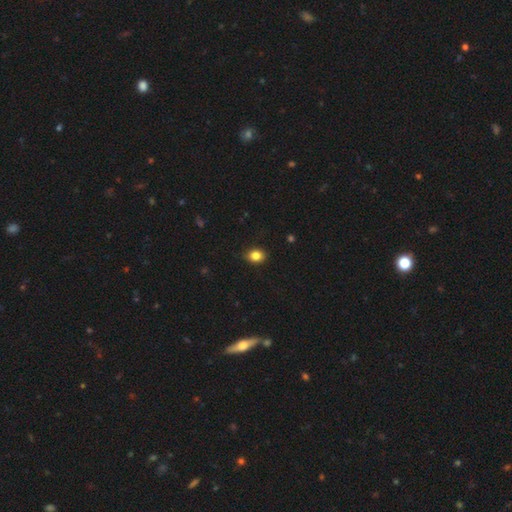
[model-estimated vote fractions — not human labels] A smooth galaxy with no disk features (84%) that is in between round and cigar-shaped (57%).

Vote fractions:
- Smooth or featured? smooth: 84% / star or artifact: 10% / featured or disk: 6%
- How rounded? in between: 57% / round: 42% / cigar-shaped: 1%
- Merging? none: 88% / minor disturbance: 9% / major disturbance: 2% / merger: 1%